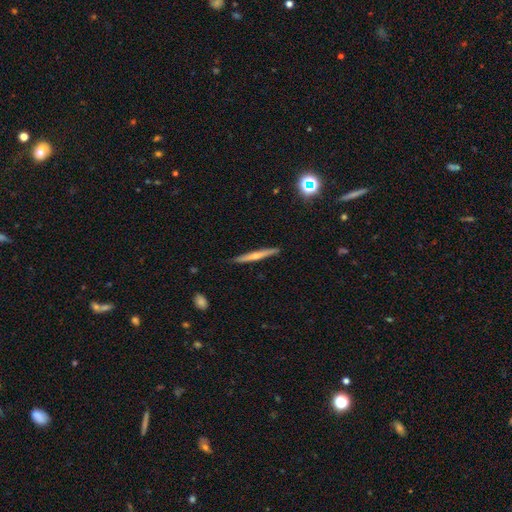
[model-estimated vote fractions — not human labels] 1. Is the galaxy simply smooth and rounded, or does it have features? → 52% featured or disk, 42% smooth, 6% star or artifact.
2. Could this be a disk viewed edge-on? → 96% yes, 4% no.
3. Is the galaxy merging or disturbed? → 88% none, 9% minor disturbance, 1% major disturbance, 1% merger.